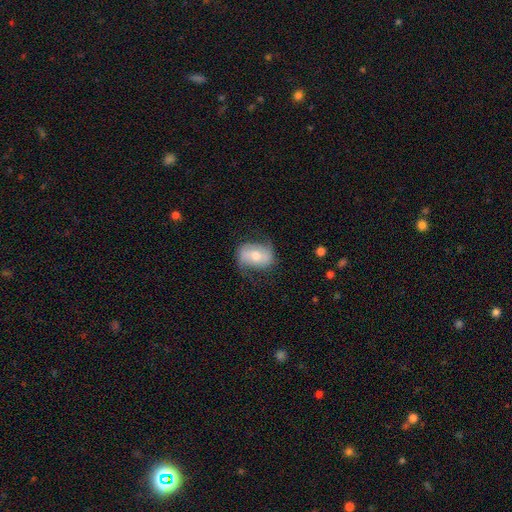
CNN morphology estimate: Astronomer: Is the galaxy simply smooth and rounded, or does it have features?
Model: featured or disk — 53% (runner-up: smooth, 40%).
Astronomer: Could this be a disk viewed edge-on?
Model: no — 95%.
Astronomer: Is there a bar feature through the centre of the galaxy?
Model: no — 43% (runner-up: weak, 33%).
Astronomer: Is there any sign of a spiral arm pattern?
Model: yes — 76%.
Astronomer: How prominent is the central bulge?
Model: moderate — 61%.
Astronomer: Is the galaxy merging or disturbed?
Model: none — 64%.